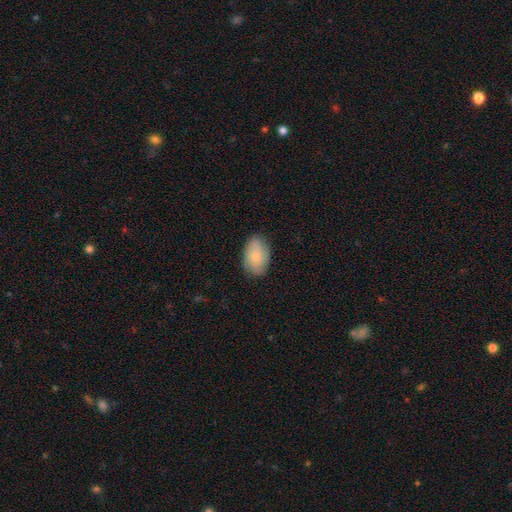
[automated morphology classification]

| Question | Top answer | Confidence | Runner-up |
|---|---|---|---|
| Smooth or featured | smooth | 76% | featured or disk (18%) |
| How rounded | in between | 86% | round (13%) |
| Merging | none | 80% | minor disturbance (16%) |